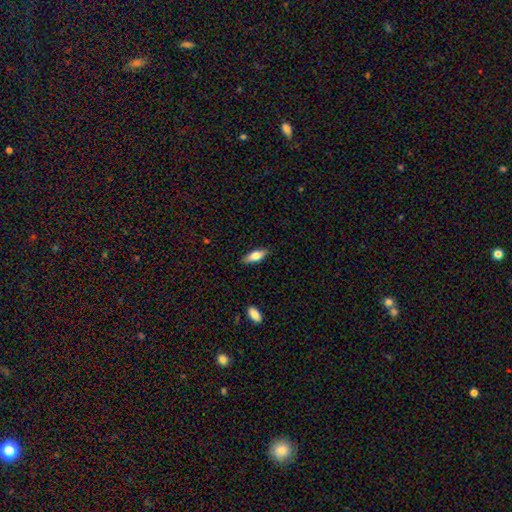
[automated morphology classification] The model was most divided on "how rounded": in between: 65%, cigar-shaped: 33%, round: 2%. More confident: merging — none (86%); smooth or featured — smooth (71%).